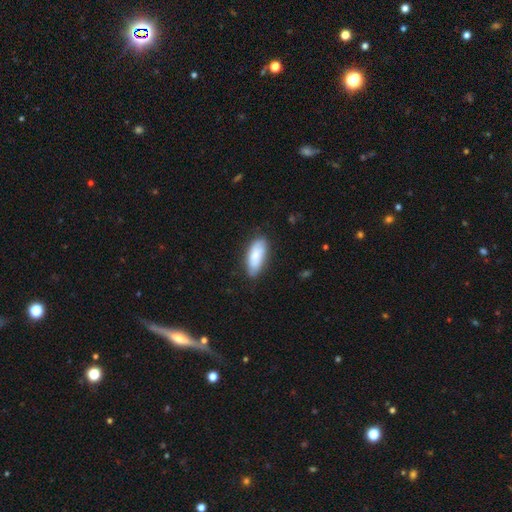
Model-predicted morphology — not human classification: smooth_or_featured: smooth (p=0.75) [alt: featured or disk p=0.19]
how_rounded: in between (p=0.81) [alt: cigar-shaped p=0.17]
merging: none (p=0.75) [alt: minor disturbance p=0.20]